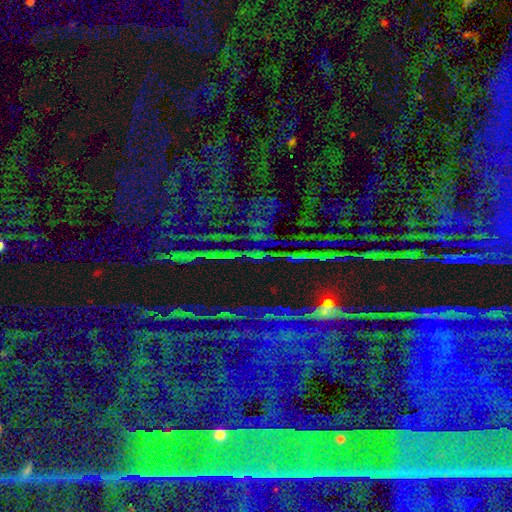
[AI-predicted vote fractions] Smooth or featured: star or artifact — 85% (featured or disk — 8%)